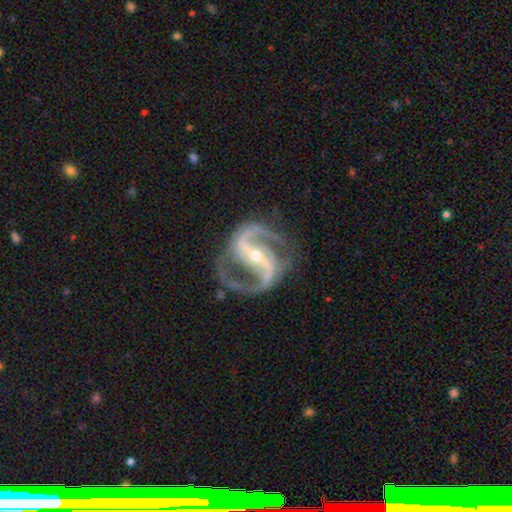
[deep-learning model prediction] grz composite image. It shows a featured or disk galaxy (93%) with a strong bar (67%), 2 (91%) medium (60%) spiral arms (98%) and a small central bulge (63%). Merging: none (74%).